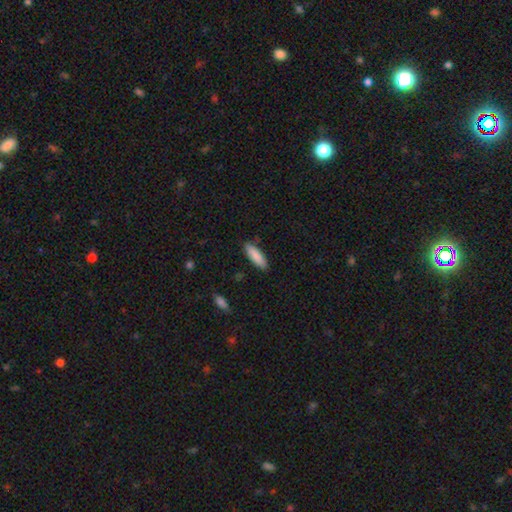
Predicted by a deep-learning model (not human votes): Overall: smooth (88%). How rounded: cigar-shaped (52%; in between 47%). Merging: none (87%).